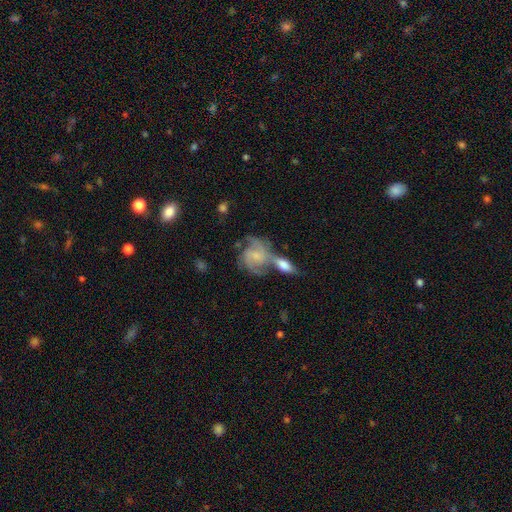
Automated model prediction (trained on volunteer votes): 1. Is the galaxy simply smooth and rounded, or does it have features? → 76% featured or disk, 17% smooth, 6% star or artifact.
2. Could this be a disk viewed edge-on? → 97% no, 3% yes.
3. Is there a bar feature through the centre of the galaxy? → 59% no, 35% weak, 7% strong.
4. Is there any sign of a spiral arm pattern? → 92% yes, 8% no.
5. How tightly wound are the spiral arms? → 49% medium, 32% tight, 19% loose.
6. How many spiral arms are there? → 43% 2, 24% 3, 19% can't tell, 5% 4, 5% 1, 4% more than 4.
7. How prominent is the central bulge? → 54% small, 28% moderate, 13% none, 4% large, 2% dominant.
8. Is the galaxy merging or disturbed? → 41% merger, 33% none, 15% minor disturbance, 11% major disturbance.